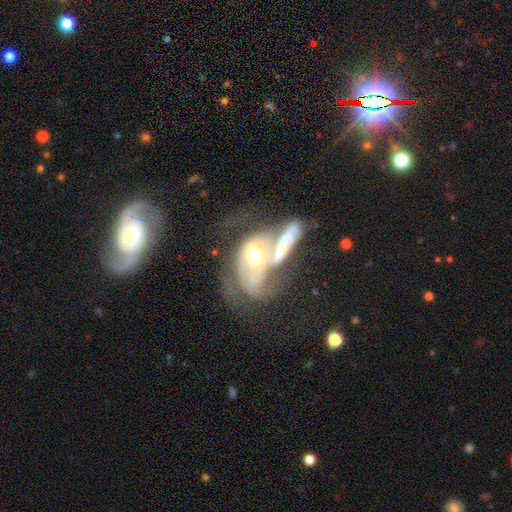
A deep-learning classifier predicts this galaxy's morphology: This appears to be a featured or disk galaxy (68%) with no bar (69%), spiral arms (62%) and a moderate central bulge (67%). Merging: merger (64%).